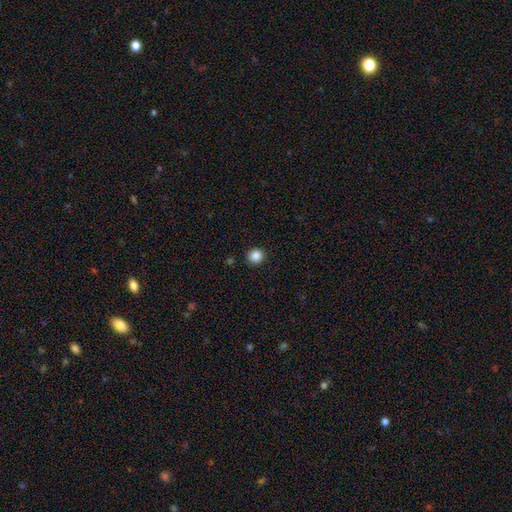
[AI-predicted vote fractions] Smooth or featured? Predicted: smooth (p=0.86). How rounded? Predicted: round (p=0.92). Merging? Predicted: none (p=0.92).